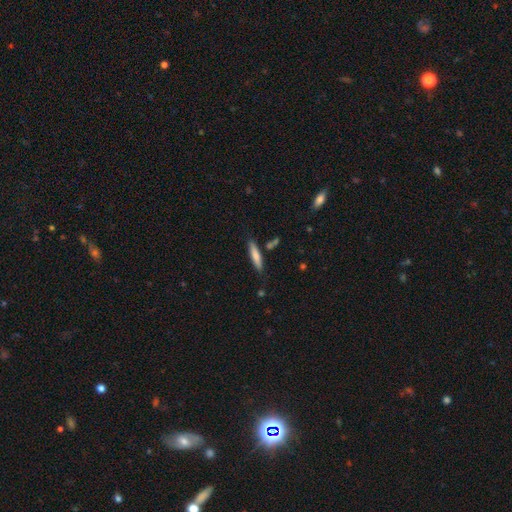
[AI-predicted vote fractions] This appears to be a smooth galaxy with no disk features (73%) that is cigar-shaped (84%). Merging: none (81%).